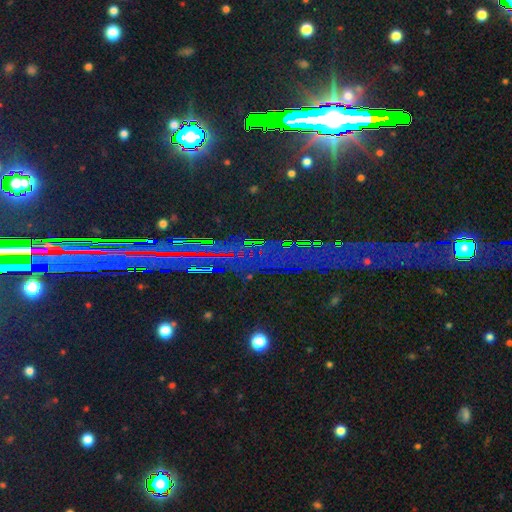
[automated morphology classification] Overall: star or artifact (83%).